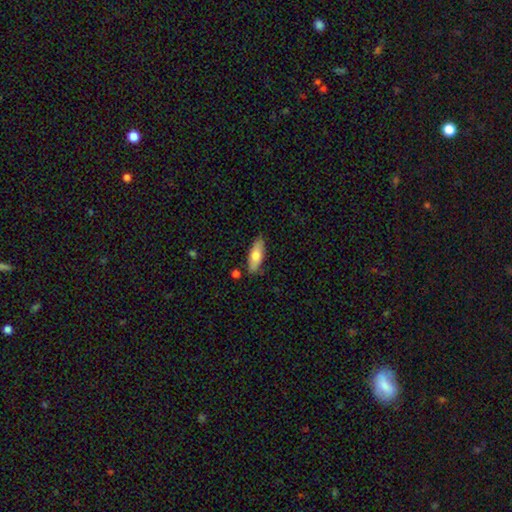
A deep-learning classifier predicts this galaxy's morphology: Q: Smooth or featured?
A: smooth (70%); runner-up: featured or disk (24%)
Q: How rounded?
A: in between (65%); runner-up: cigar-shaped (33%)
Q: Merging?
A: none (82%); runner-up: minor disturbance (12%)